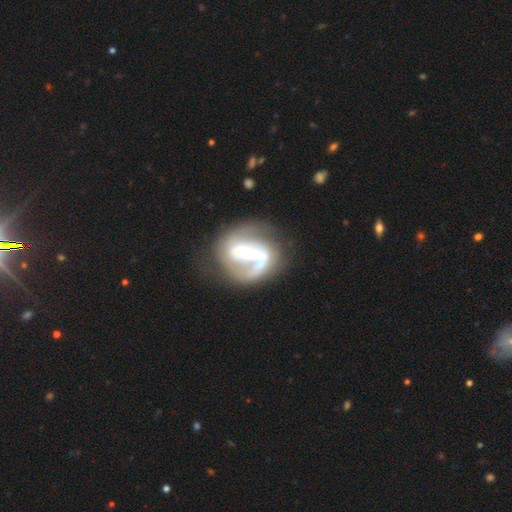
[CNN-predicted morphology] Smooth or featured: featured or disk — 76% (smooth — 17%)
Edge-on disk: no — 95% (yes — 5%)
Bar: strong — 55% (weak — 27%)
Spiral arms: yes — 63% (no — 37%)
Bulge size: moderate — 57% (small — 26%)
Merging: none — 46% (major disturbance — 21%)